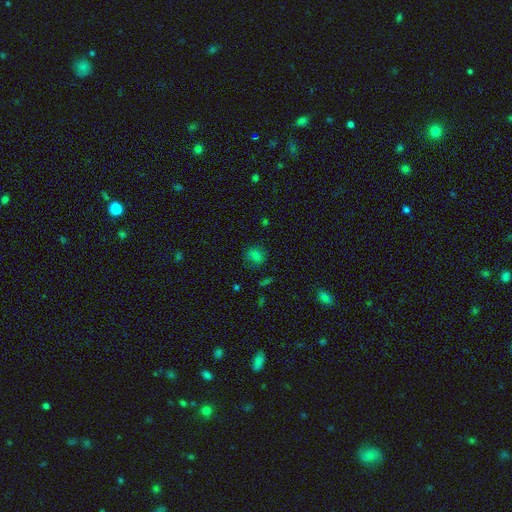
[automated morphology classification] The model was most divided on "how rounded": round: 63%, in between: 35%, cigar-shaped: 1%. More confident: merging — none (75%); smooth or featured — smooth (75%).